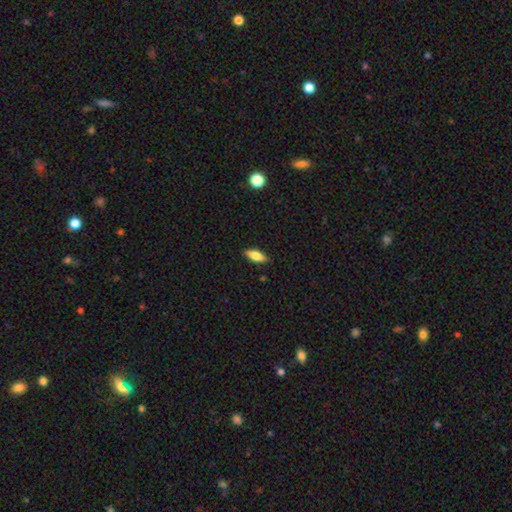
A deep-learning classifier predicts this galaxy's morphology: smooth-or-featured: smooth: 68% | featured or disk: 25% | star or artifact: 7%
  how-rounded: in between: 68% | cigar-shaped: 29% | round: 3%
  merging: none: 87% | minor disturbance: 10% | major disturbance: 2% | merger: 1%